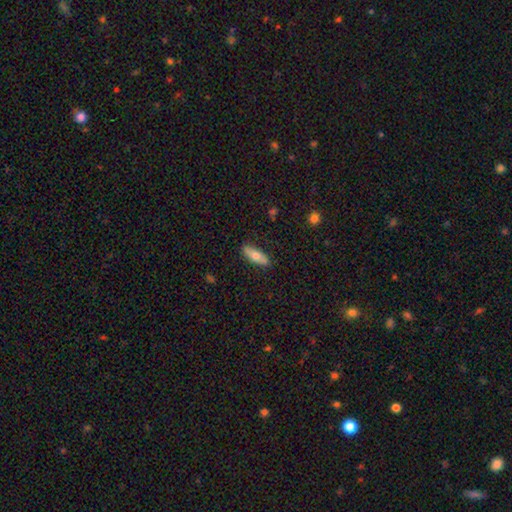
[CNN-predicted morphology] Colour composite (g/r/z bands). It shows a smooth galaxy with no disk features (67%) that is in between round and cigar-shaped (58%). Merging: none (87%).